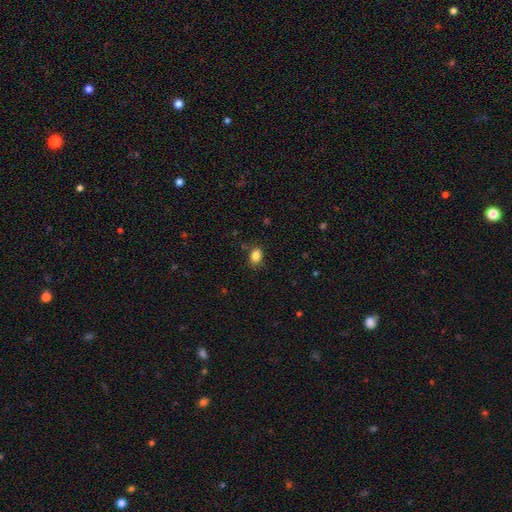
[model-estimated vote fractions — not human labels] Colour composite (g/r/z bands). It shows a smooth galaxy with no disk features (85%) that is in between round and cigar-shaped (64%). Merging: none (81%).